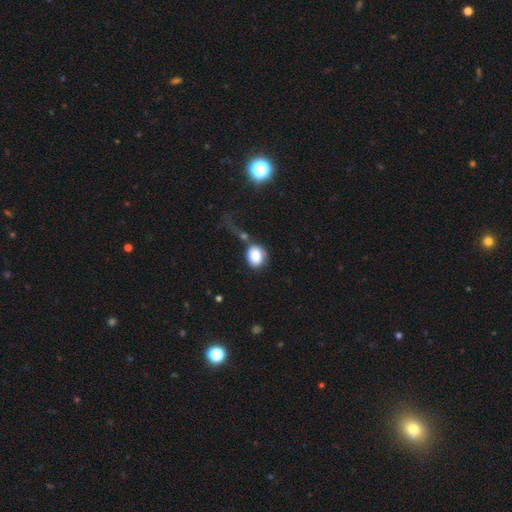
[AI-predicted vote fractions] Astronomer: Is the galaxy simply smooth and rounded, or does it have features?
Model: smooth — 80%.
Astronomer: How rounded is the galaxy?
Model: round — 53% (runner-up: in between, 46%).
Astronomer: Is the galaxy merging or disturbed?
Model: none — 34% (runner-up: major disturbance, 25%).